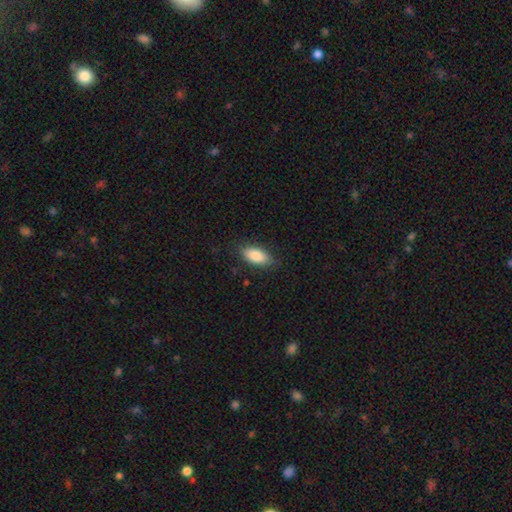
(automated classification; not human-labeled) smooth_or_featured: smooth (p=0.85) [alt: featured or disk p=0.08]
how_rounded: in between (p=0.91) [alt: cigar-shaped p=0.06]
merging: none (p=0.80) [alt: minor disturbance p=0.16]